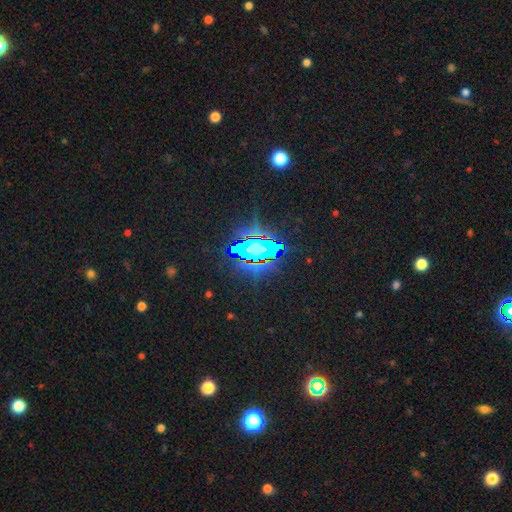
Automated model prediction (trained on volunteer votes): star or artifact 74%, smooth 14%, featured or disk 12%.